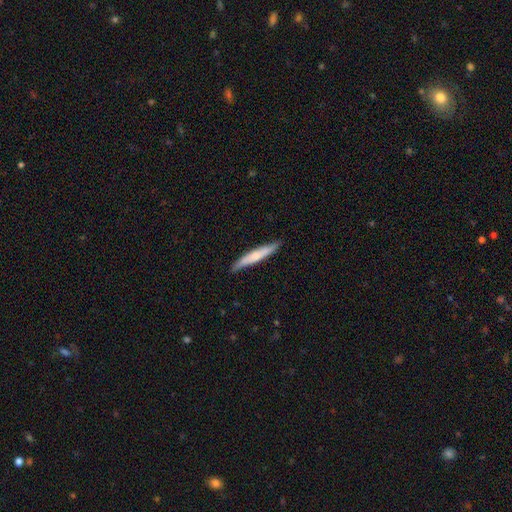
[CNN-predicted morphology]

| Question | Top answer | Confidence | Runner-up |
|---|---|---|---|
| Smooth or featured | smooth | 58% | featured or disk (37%) |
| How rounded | cigar-shaped | 93% | in between (6%) |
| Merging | none | 86% | minor disturbance (11%) |